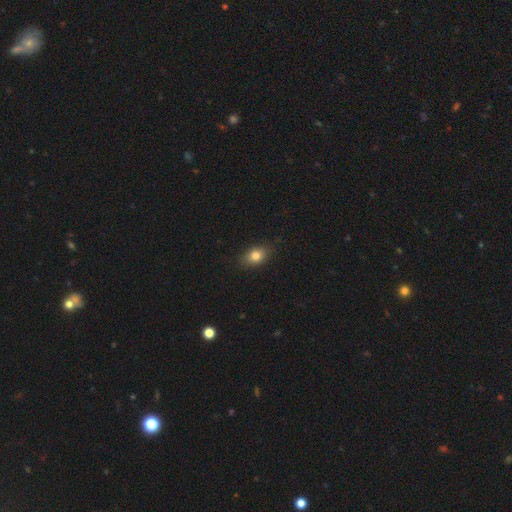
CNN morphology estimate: This is clearly a smooth galaxy (81%). How rounded: likely in between (75%). Merging: clearly none (83%).